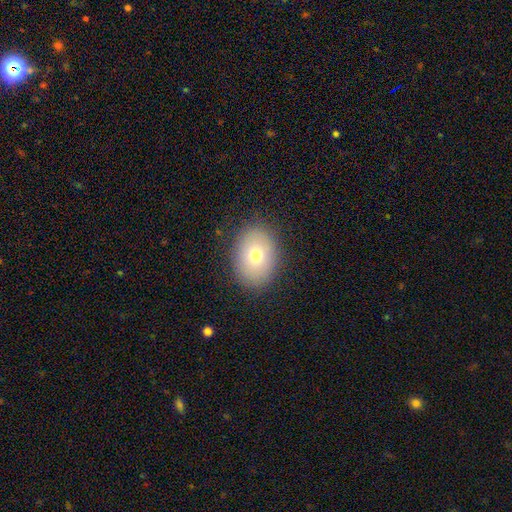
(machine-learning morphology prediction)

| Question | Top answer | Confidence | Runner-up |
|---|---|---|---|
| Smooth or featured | smooth | 75% | featured or disk (15%) |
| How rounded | in between | 72% | round (27%) |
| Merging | none | 87% | minor disturbance (9%) |